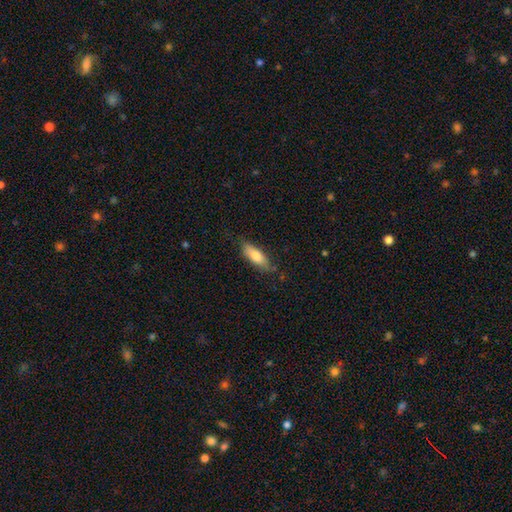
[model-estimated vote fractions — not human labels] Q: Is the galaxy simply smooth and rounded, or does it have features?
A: smooth — 77%.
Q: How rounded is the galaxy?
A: in between — 65%.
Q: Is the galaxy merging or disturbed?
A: none — 74%.